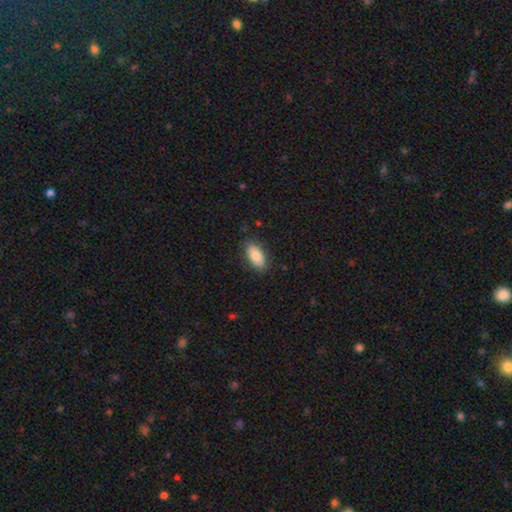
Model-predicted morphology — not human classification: smooth_or_featured: smooth (p=0.82) [alt: featured or disk p=0.11]
how_rounded: in between (p=0.92) [alt: cigar-shaped p=0.05]
merging: none (p=0.84) [alt: minor disturbance p=0.12]